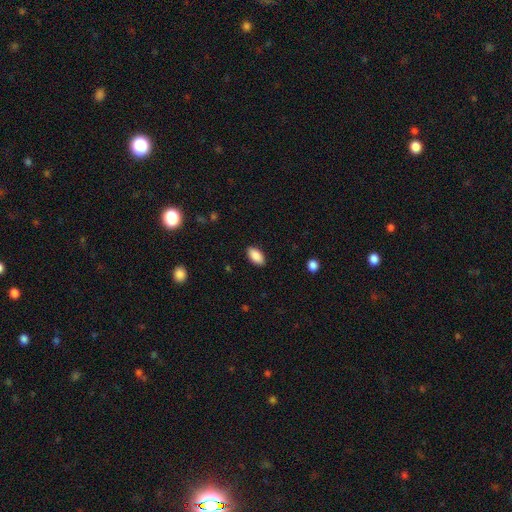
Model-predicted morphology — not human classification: smooth-or-featured: smooth: 89% | star or artifact: 7% | featured or disk: 4%
  how-rounded: in between: 94% | cigar-shaped: 3% | round: 3%
  merging: none: 88% | minor disturbance: 9% | major disturbance: 2% | merger: 1%